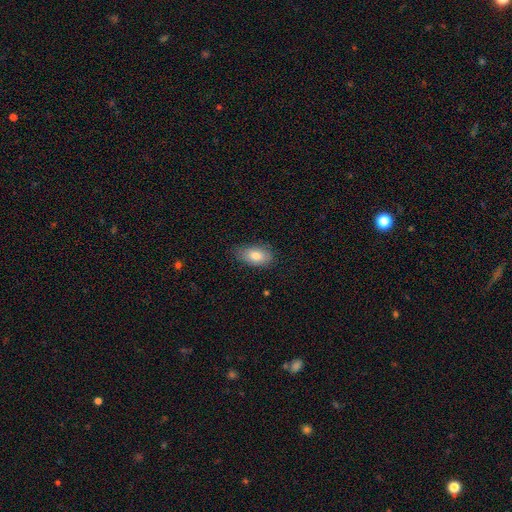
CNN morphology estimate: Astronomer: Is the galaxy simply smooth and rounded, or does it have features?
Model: smooth — 82%.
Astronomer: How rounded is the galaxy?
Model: in between — 92%.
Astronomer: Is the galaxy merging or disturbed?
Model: none — 76%.